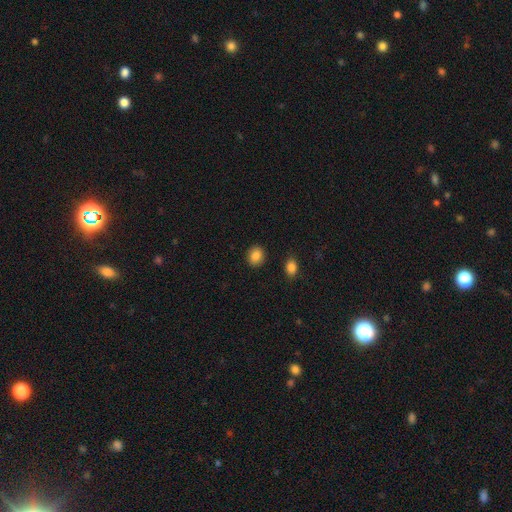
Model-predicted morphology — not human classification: Overall: smooth (87%). How rounded: round (62%; in between 37%). Merging: none (88%).